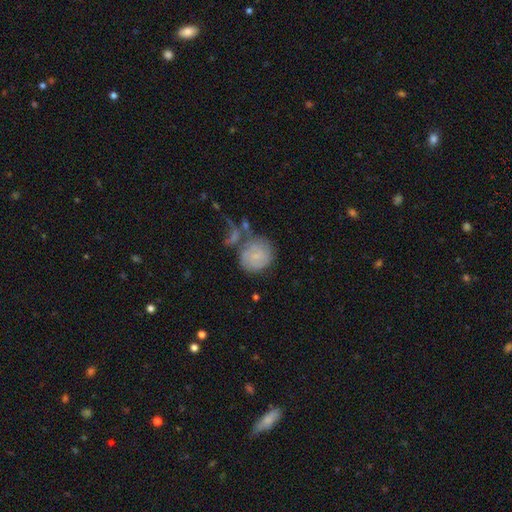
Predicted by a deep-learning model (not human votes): Overall: smooth (47%; featured or disk 44%). Merging: none (43%; merger 26%).